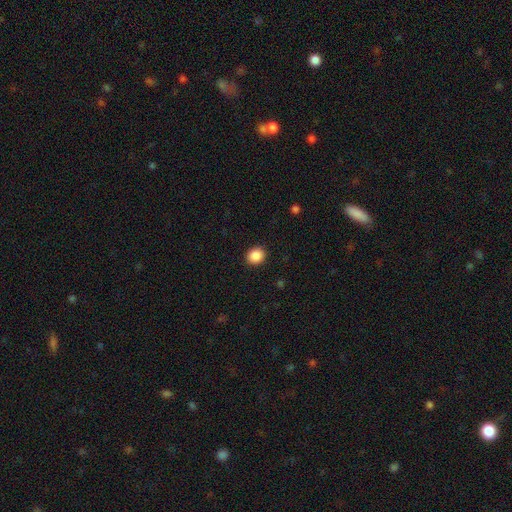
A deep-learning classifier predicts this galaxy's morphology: Overall: smooth (88%). How rounded: round (74%). Merging: none (91%).